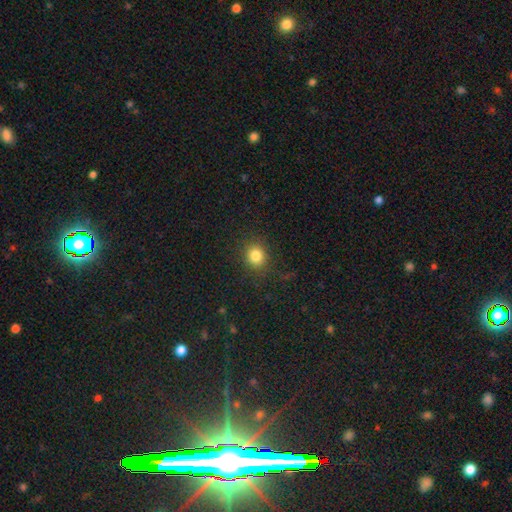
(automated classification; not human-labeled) Q: Smooth or featured?
A: smooth (82%); runner-up: star or artifact (13%)
Q: How rounded?
A: round (81%); runner-up: in between (18%)
Q: Merging?
A: none (87%); runner-up: minor disturbance (8%)